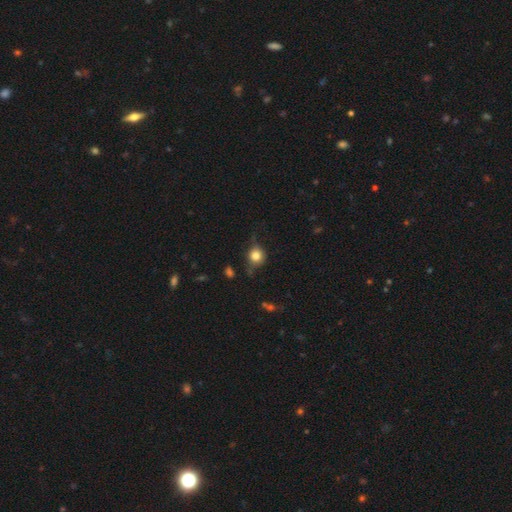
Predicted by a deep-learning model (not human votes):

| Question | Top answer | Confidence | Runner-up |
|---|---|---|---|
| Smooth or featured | smooth | 76% | featured or disk (13%) |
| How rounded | round | 83% | in between (16%) |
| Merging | none | 66% | minor disturbance (24%) |